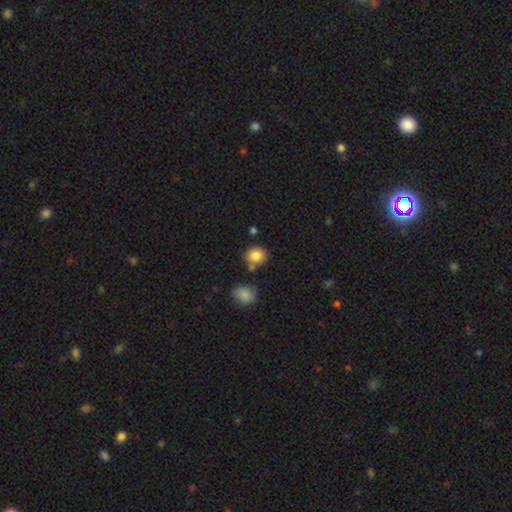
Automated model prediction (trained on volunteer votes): smooth-or-featured: smooth: 84% | star or artifact: 10% | featured or disk: 6%
  how-rounded: round: 77% | in between: 22% | cigar-shaped: 1%
  merging: none: 73% | minor disturbance: 12% | merger: 12% | major disturbance: 3%